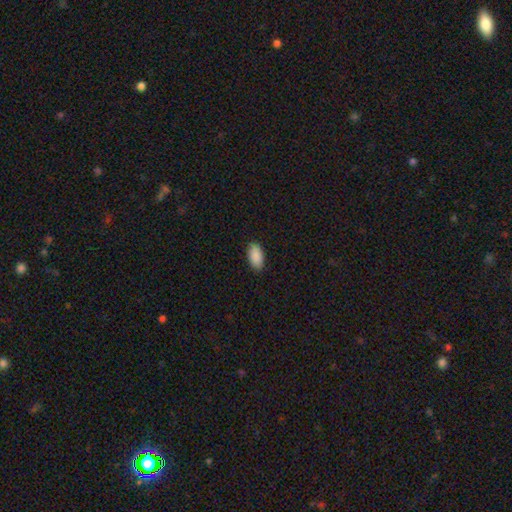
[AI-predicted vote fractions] smooth 90%, star or artifact 6%, featured or disk 3%. Down the decision tree: how rounded — in between (95%); merging — none (89%).